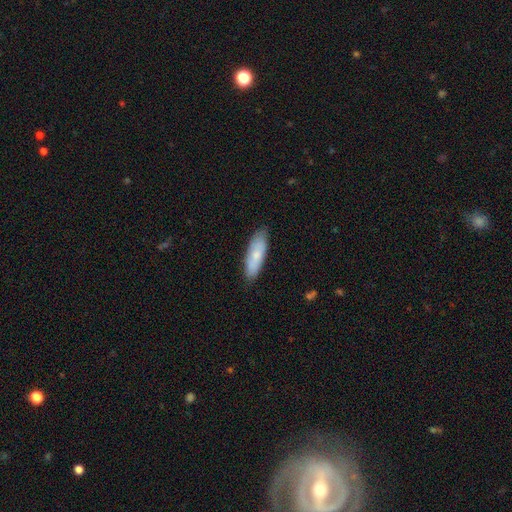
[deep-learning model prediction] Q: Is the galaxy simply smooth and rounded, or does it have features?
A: smooth — 75%.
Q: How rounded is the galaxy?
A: in between — 50%.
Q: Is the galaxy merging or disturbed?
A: none — 84%.